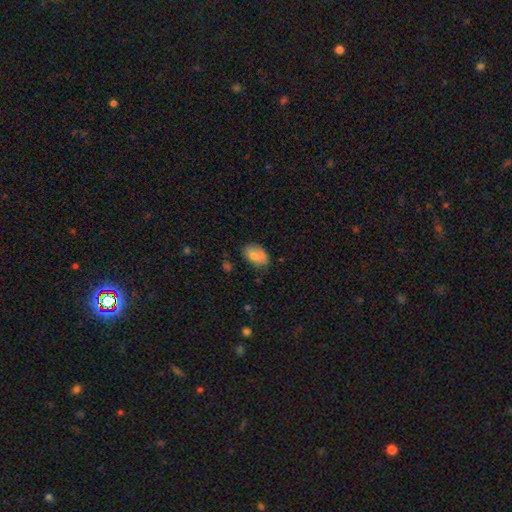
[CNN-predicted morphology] Smooth or featured: smooth — 74% (featured or disk — 18%)
How rounded: in between — 89% (round — 9%)
Merging: none — 57% (minor disturbance — 23%)